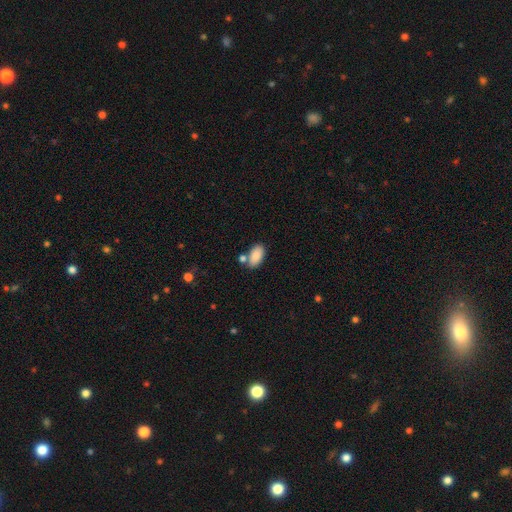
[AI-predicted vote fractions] Overall: smooth (88%). How rounded: in between (94%). Merging: none (67%).